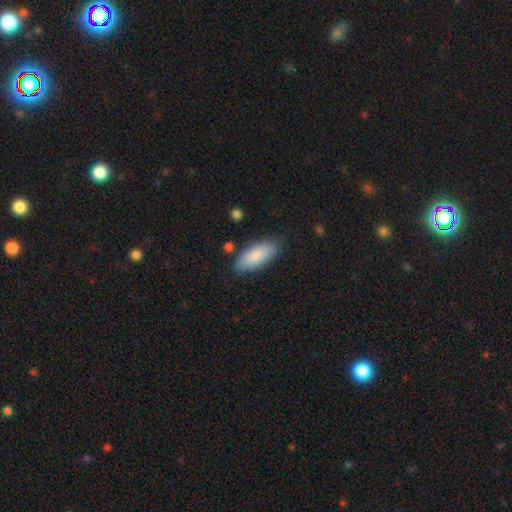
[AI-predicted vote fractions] Smooth or featured?
  - smooth: 86% *
  - featured or disk: 8%
  - star or artifact: 6%
How rounded?
  - in between: 79% *
  - cigar-shaped: 19%
  - round: 2%
Merging?
  - none: 79% *
  - minor disturbance: 14%
  - major disturbance: 3%
  - merger: 3%